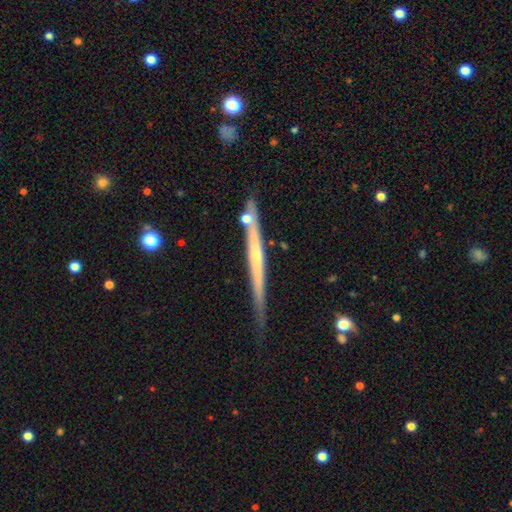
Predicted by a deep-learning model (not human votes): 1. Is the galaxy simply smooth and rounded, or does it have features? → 68% featured or disk, 25% smooth, 6% star or artifact.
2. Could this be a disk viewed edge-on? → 96% yes, 4% no.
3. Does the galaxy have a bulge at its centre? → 54% none, 42% rounded, 4% boxy.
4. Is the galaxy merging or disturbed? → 73% none, 18% minor disturbance, 6% merger, 3% major disturbance.